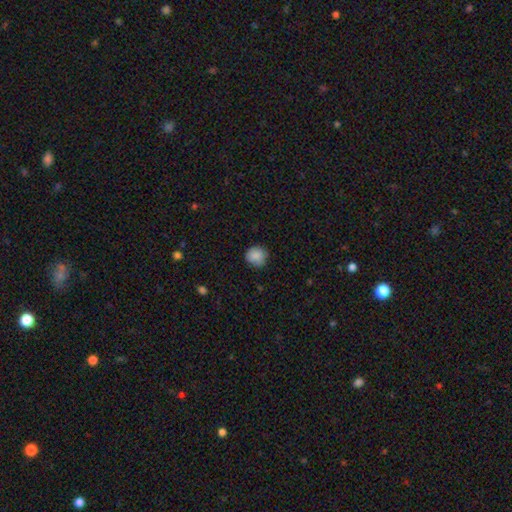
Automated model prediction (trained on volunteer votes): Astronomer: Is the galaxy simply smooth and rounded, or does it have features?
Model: smooth — 88%.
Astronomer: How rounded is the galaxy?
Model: round — 90%.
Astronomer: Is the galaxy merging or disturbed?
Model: none — 83%.